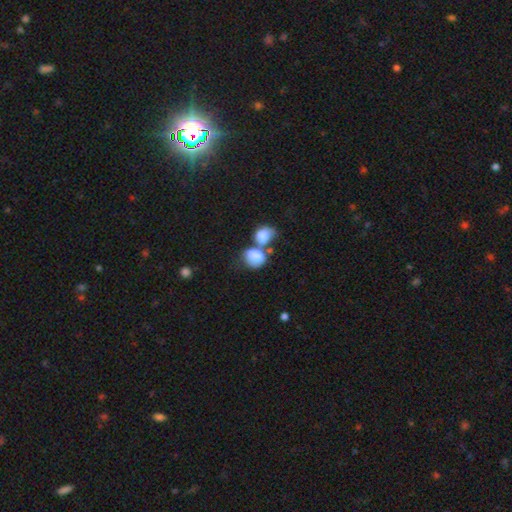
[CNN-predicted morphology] smooth_or_featured: smooth (p=0.75) [alt: featured or disk p=0.17]
how_rounded: in between (p=0.66) [alt: round p=0.33]
merging: merger (p=0.67) [alt: none p=0.16]